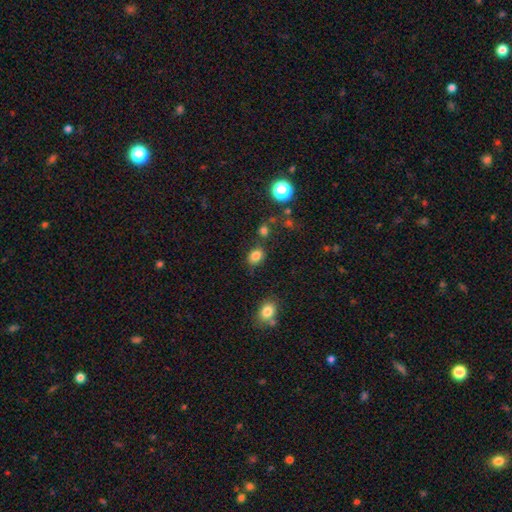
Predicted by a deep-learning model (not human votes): This appears to be a smooth galaxy with no disk features (83%) that is in between round and cigar-shaped (62%). Merging: none (74%).